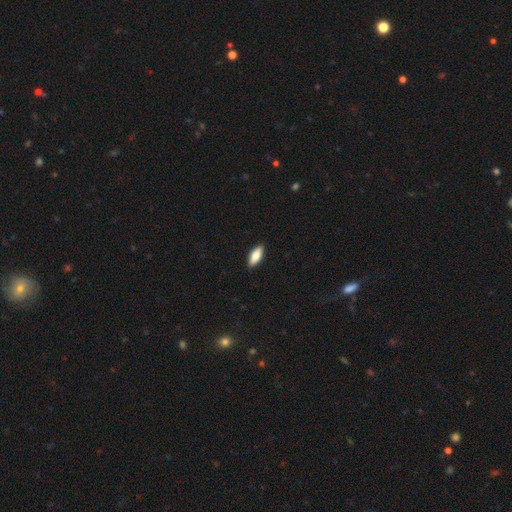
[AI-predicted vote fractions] This appears to be a smooth galaxy with no disk features (79%) that is in between round and cigar-shaped (74%). Merging: none (90%).